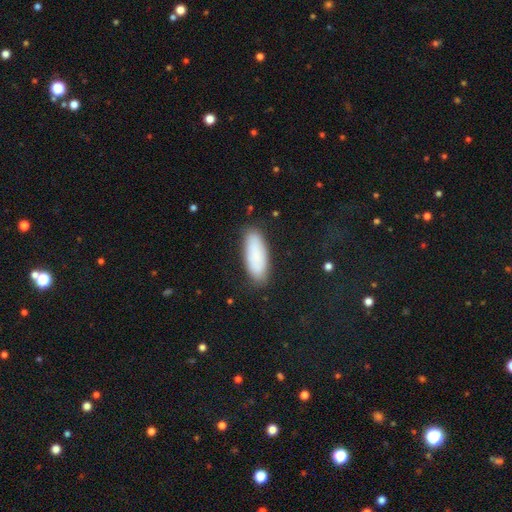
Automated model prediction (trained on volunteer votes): Q: Smooth or featured?
A: smooth (83%); runner-up: featured or disk (10%)
Q: How rounded?
A: in between (72%); runner-up: cigar-shaped (26%)
Q: Merging?
A: none (83%); runner-up: minor disturbance (12%)